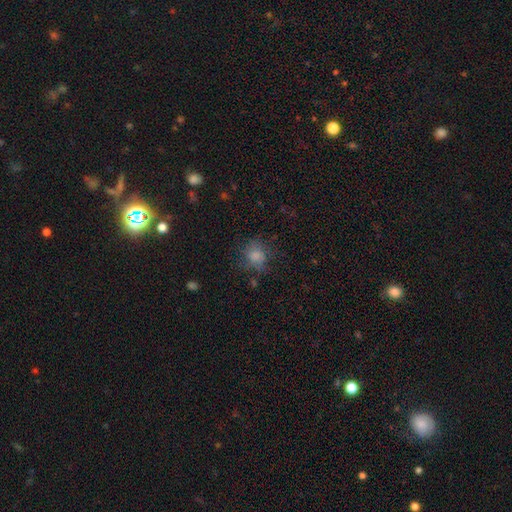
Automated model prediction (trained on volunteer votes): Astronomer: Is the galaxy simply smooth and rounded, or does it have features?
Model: smooth — 75%.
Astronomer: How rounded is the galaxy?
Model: round — 74%.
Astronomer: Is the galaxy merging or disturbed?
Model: none — 60%.